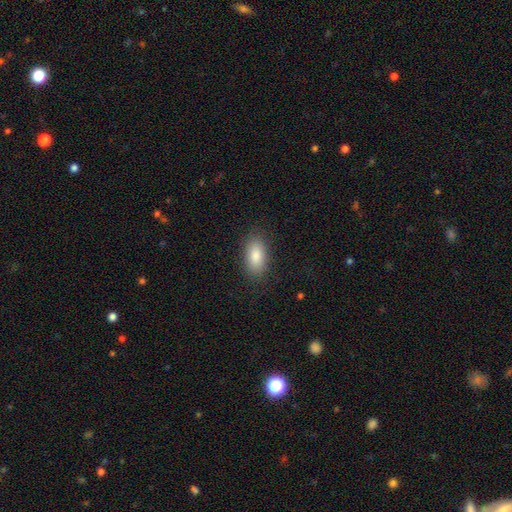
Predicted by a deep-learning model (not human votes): A smooth galaxy with no disk features (85%) that is in between round and cigar-shaped (91%). Merging: none (86%).